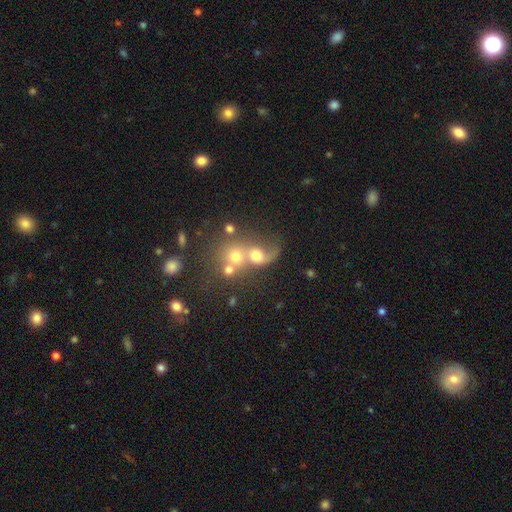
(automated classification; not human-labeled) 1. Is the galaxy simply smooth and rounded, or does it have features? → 46% smooth, 36% featured or disk, 18% star or artifact.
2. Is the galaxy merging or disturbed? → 64% merger, 19% none, 10% major disturbance, 7% minor disturbance.